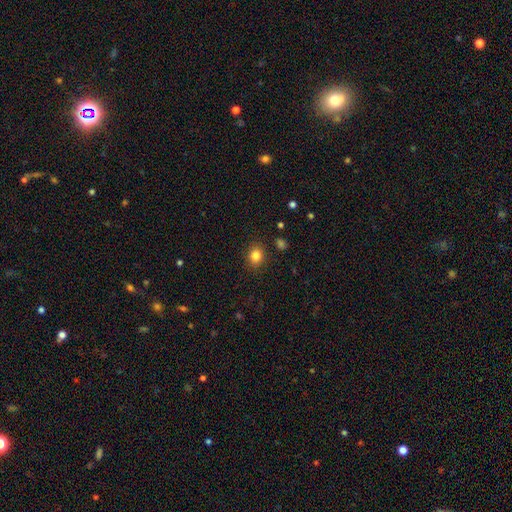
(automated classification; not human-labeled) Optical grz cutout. It shows a smooth galaxy with no disk features (83%) that is round (63%). Merging: none (88%).